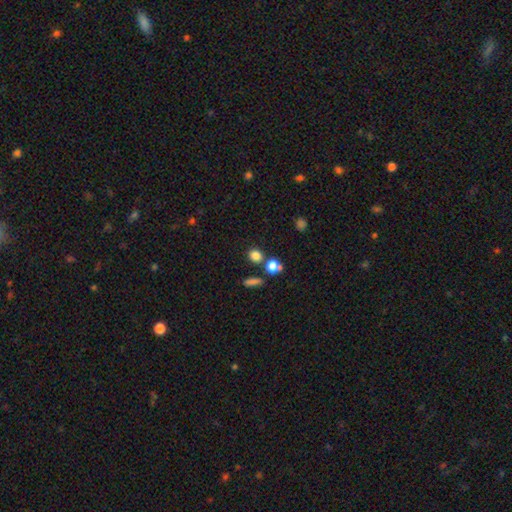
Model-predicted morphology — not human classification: Smooth or featured?
  - smooth: 81% *
  - star or artifact: 13%
  - featured or disk: 6%
How rounded?
  - round: 79% *
  - in between: 20%
  - cigar-shaped: 2%
Merging?
  - none: 72% *
  - merger: 16%
  - minor disturbance: 9%
  - major disturbance: 3%